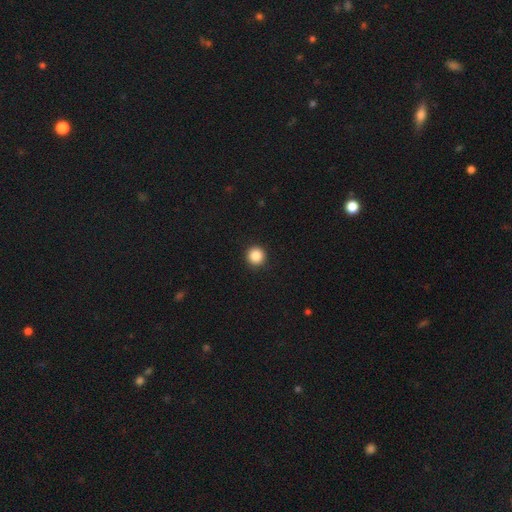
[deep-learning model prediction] Smooth or featured? smooth (87%)
How rounded? round (96%)
Merging? none (93%)